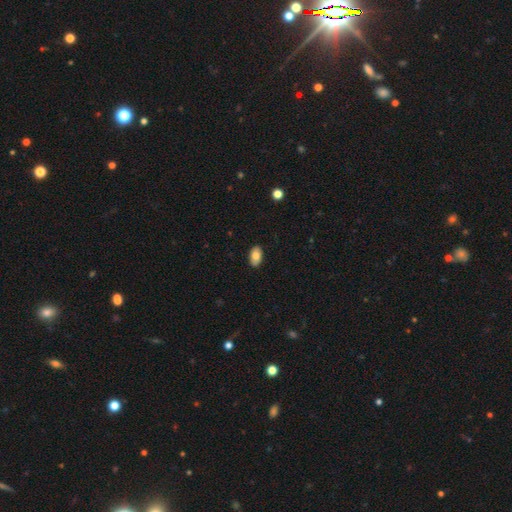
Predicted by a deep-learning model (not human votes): Smooth or featured? smooth (79%)
How rounded? in between (93%)
Merging? none (89%)